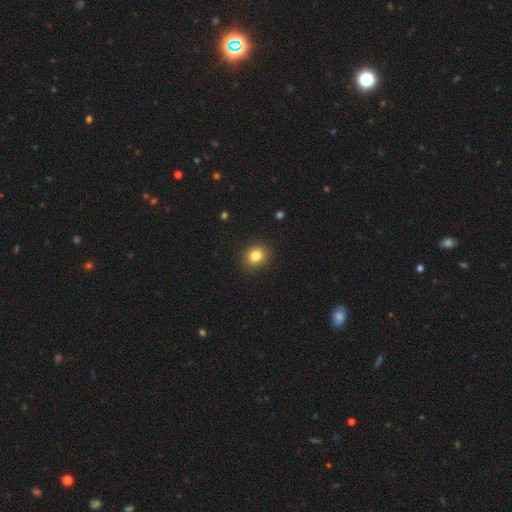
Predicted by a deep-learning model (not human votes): Morphology: type=smooth (82%); roundness=round (80%); merging=none (91%).